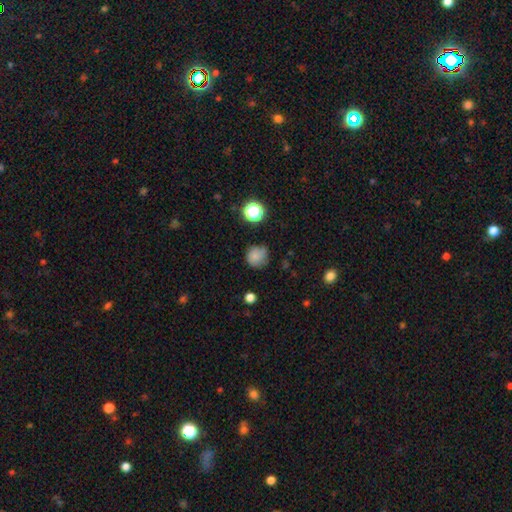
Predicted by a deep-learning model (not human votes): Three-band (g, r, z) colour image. It shows a smooth galaxy with no disk features (78%) that is round (86%). Merging: none (63%).